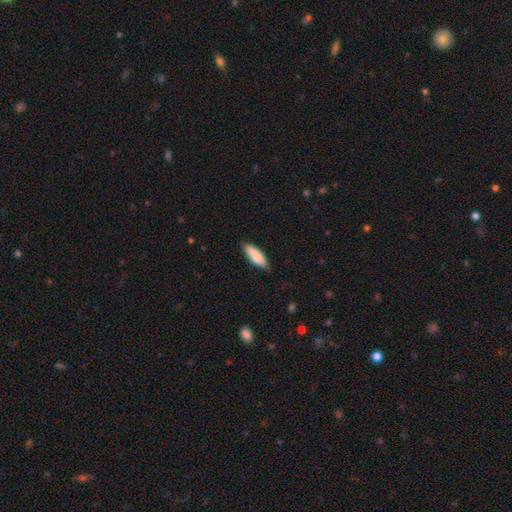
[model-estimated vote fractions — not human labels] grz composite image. It shows a smooth galaxy with no disk features (88%) that is in between round and cigar-shaped (66%). Merging: none (82%).